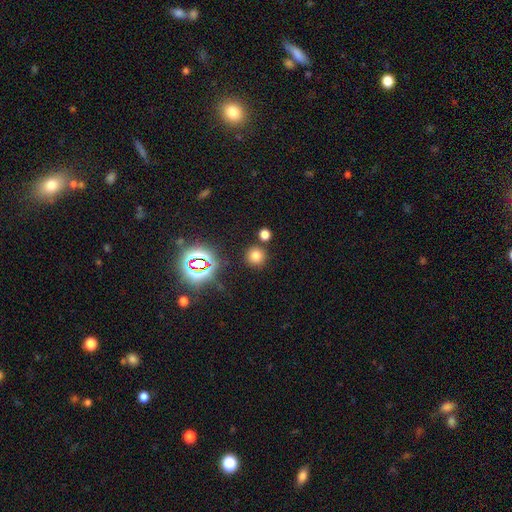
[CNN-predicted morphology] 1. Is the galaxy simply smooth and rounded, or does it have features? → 70% smooth, 23% star or artifact, 7% featured or disk.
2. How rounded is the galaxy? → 93% round, 6% in between, 1% cigar-shaped.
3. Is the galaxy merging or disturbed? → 83% none, 7% merger, 7% minor disturbance, 3% major disturbance.